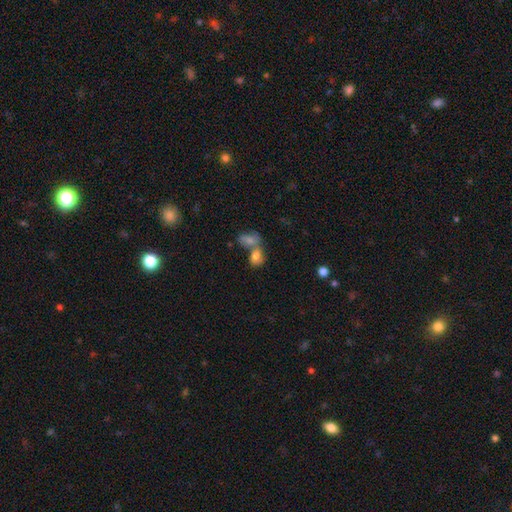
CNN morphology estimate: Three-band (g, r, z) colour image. It shows a smooth galaxy with no disk features (73%) that is in between round and cigar-shaped (71%). Merging: merger (61%).